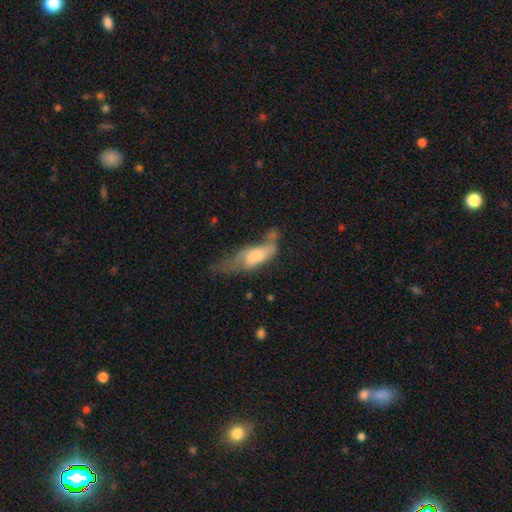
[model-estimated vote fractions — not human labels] Smooth or featured? Predicted: smooth (p=0.53). How rounded? Predicted: in between (p=0.63). Merging? Predicted: major disturbance (p=0.39).